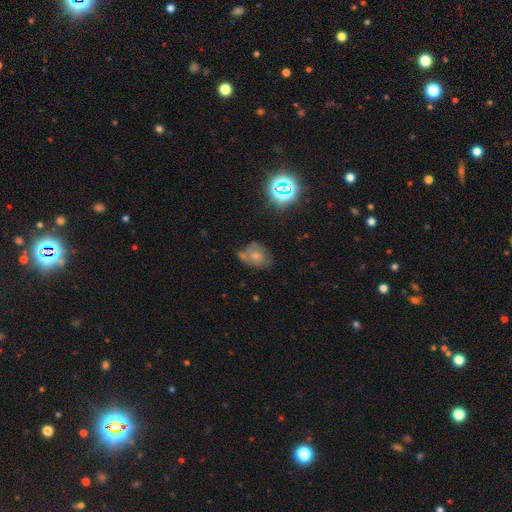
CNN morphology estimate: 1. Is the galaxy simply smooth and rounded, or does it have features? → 52% smooth, 31% featured or disk, 18% star or artifact.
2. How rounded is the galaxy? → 58% in between, 41% round, 1% cigar-shaped.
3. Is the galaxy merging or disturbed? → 42% none, 28% minor disturbance, 18% merger, 13% major disturbance.